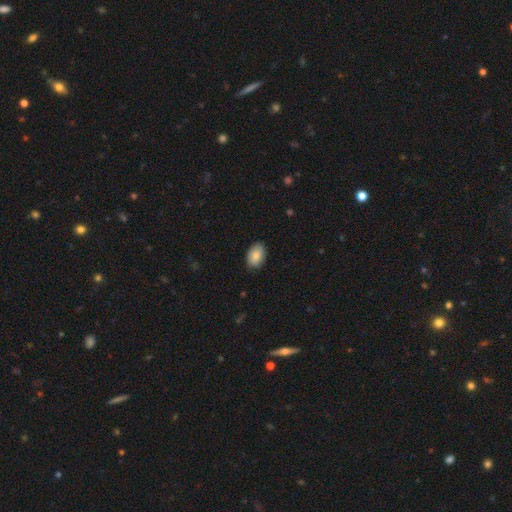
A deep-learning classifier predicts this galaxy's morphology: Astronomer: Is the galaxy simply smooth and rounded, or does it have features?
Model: smooth — 87%.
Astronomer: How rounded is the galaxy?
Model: in between — 89%.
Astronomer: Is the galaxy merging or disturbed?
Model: none — 87%.